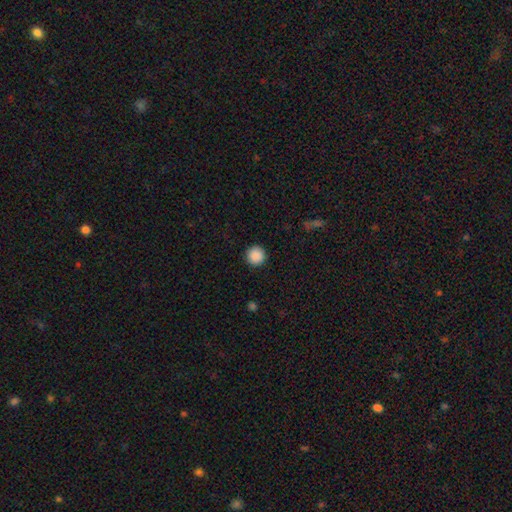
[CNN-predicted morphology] The model was most divided on "smooth or featured": smooth: 89%, star or artifact: 9%, featured or disk: 3%. More confident: how rounded — round (96%); merging — none (93%).